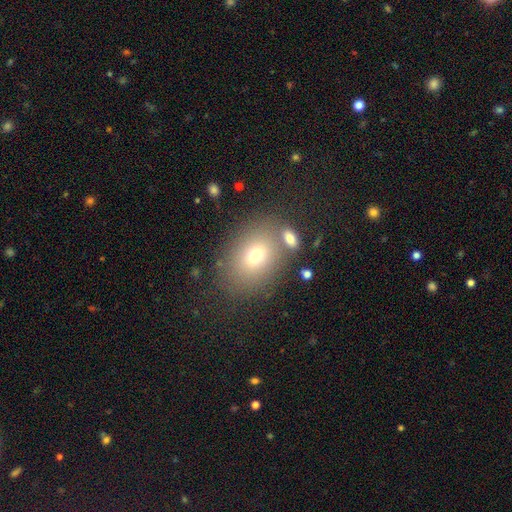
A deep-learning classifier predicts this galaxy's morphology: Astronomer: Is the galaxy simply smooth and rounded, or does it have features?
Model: smooth — 71%.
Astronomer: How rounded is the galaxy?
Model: in between — 61% (runner-up: round, 37%).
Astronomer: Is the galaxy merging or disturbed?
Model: none — 70%.